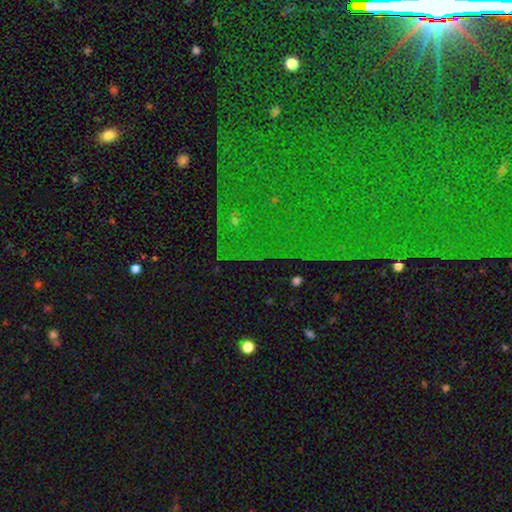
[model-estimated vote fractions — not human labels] This appears to be a star or artifact, not a galaxy (79%).